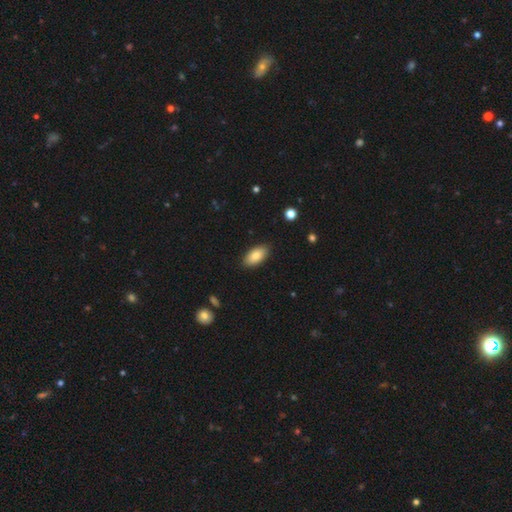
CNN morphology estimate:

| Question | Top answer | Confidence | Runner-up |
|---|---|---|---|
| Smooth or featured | smooth | 83% | featured or disk (10%) |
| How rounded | in between | 93% | cigar-shaped (4%) |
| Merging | none | 87% | minor disturbance (9%) |